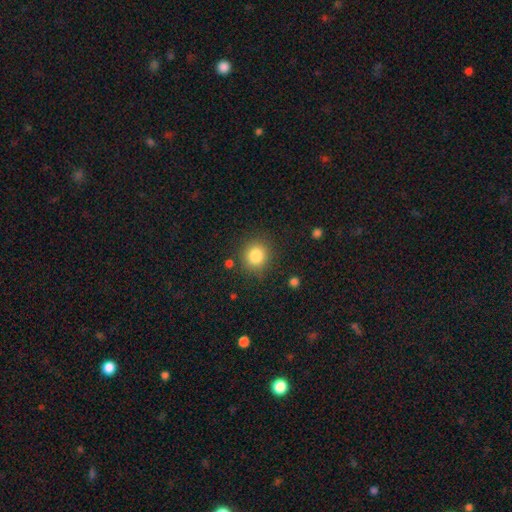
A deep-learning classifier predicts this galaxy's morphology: smooth 83%, star or artifact 11%, featured or disk 6%. Down the decision tree: how rounded — round (86%); merging — none (85%).